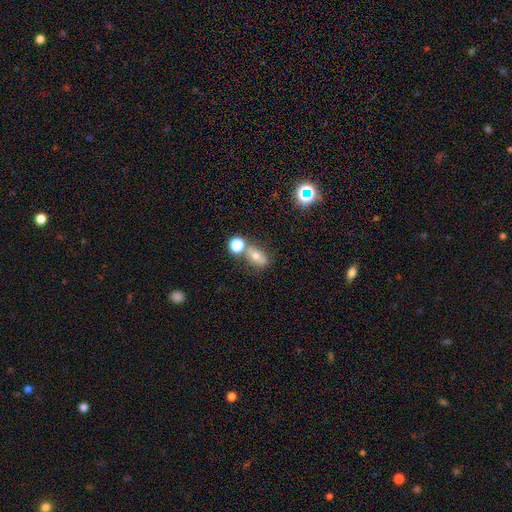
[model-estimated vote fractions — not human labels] smooth 62%, featured or disk 21%, star or artifact 17%. Down the decision tree: how rounded — in between (71%); merging — none (57%).